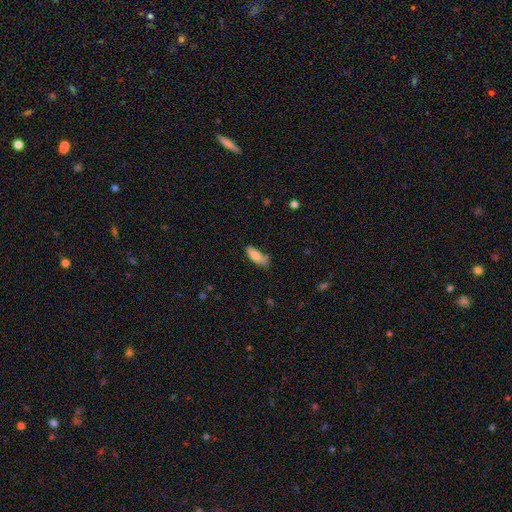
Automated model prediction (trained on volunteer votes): Smooth or featured: smooth — 82% (featured or disk — 11%)
How rounded: in between — 73% (cigar-shaped — 25%)
Merging: none — 60% (minor disturbance — 29%)